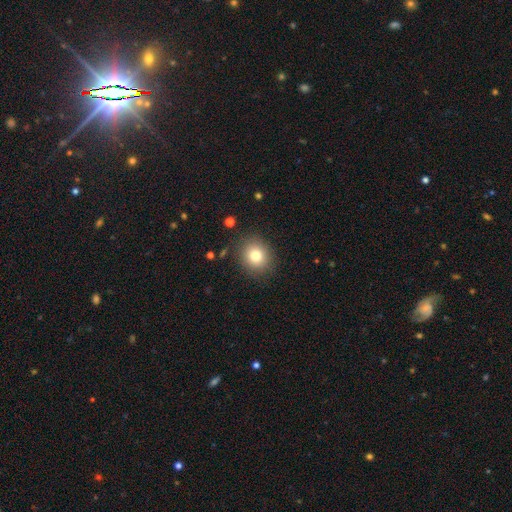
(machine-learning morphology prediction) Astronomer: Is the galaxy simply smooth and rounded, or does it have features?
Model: smooth — 79%.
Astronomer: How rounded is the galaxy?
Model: round — 77%.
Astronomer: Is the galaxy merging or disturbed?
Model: none — 87%.